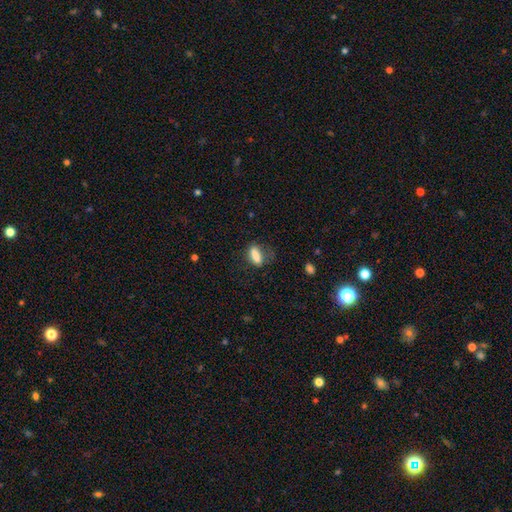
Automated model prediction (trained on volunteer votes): Smooth or featured? Predicted: smooth (p=0.76). How rounded? Predicted: in between (p=0.54). Merging? Predicted: none (p=0.61).